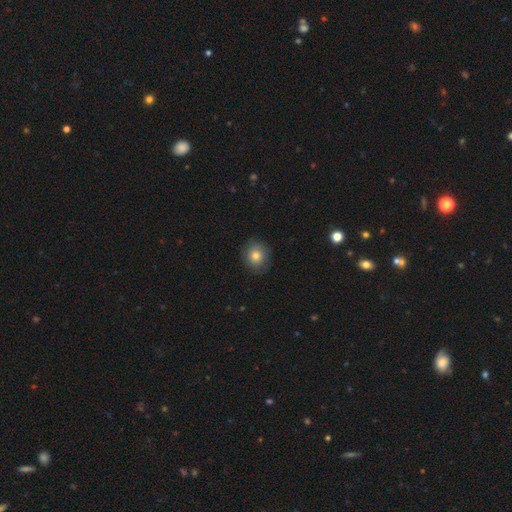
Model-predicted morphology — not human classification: smooth 79%, star or artifact 11%, featured or disk 10%. Down the decision tree: how rounded — round (85%); merging — none (86%).